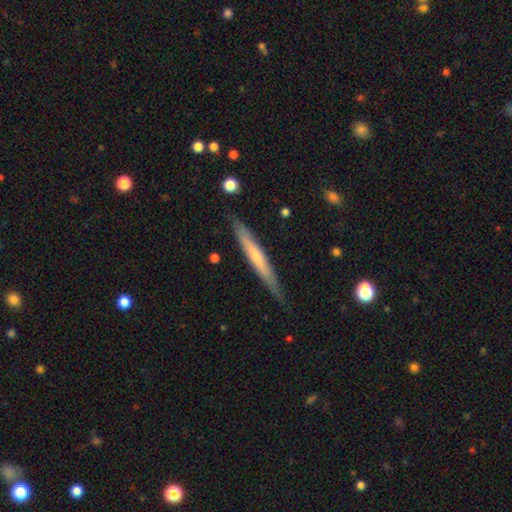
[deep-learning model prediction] smooth_or_featured: featured or disk (p=0.50) [alt: smooth p=0.44]
disk_edge_on: yes (p=0.93) [alt: no p=0.07]
merging: none (p=0.82) [alt: minor disturbance p=0.14]